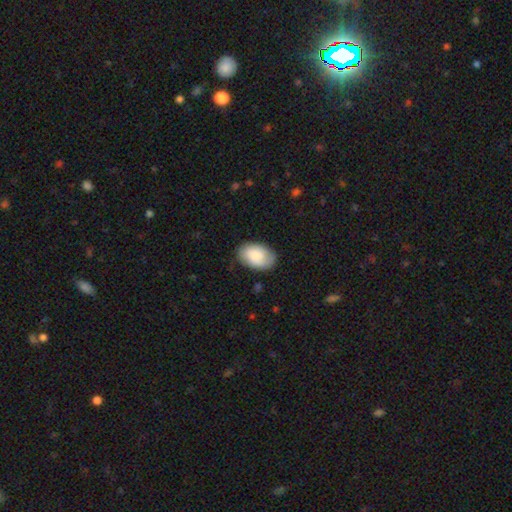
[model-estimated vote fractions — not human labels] smooth 82%, featured or disk 12%, star or artifact 6%. Down the decision tree: how rounded — in between (89%); merging — none (78%).